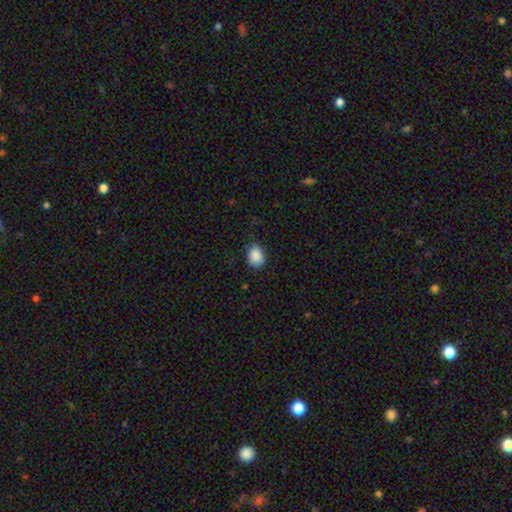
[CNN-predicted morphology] Smooth or featured? Predicted: smooth (p=0.89). How rounded? Predicted: in between (p=0.66). Merging? Predicted: none (p=0.78).